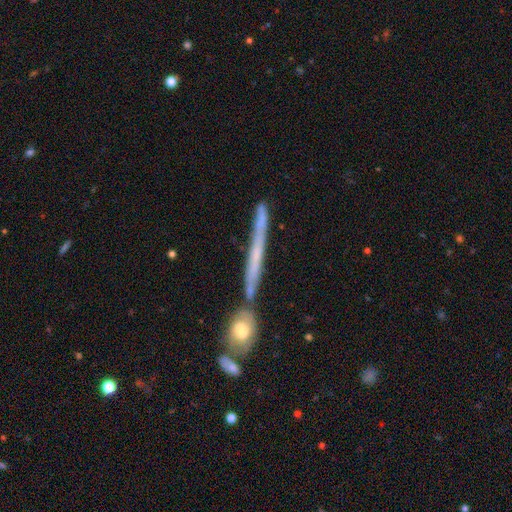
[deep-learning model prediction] Smooth or featured: featured or disk — 57% (smooth — 28%)
Edge-on disk: yes — 90% (no — 10%)
Edge-on bulge: none — 66% (rounded — 25%)
Merging: none — 69% (merger — 14%)